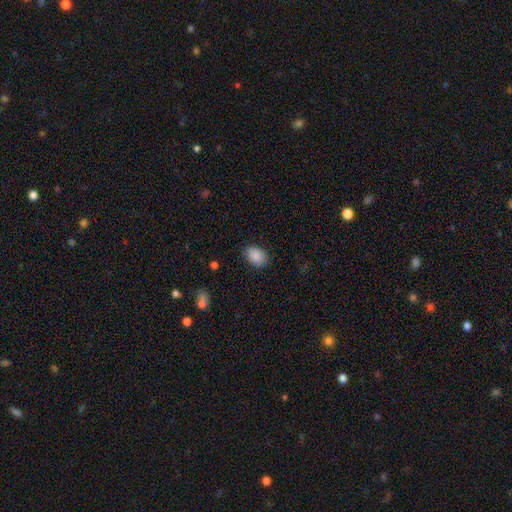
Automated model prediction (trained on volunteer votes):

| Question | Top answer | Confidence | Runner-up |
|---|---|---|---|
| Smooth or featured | smooth | 89% | star or artifact (8%) |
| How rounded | in between | 76% | round (23%) |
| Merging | none | 85% | minor disturbance (11%) |